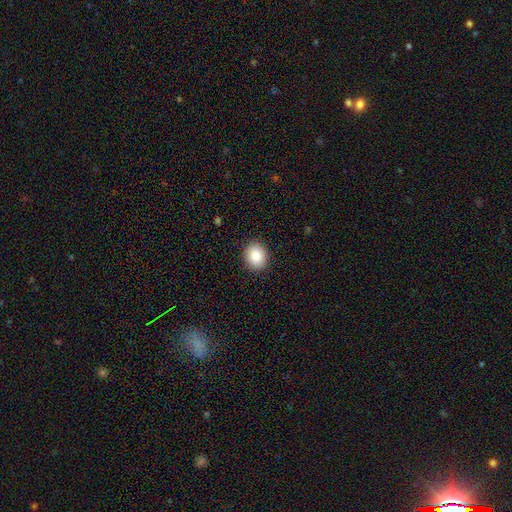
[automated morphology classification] This appears to be a smooth galaxy with no disk features (86%) that is round (63%). Merging: none (91%).